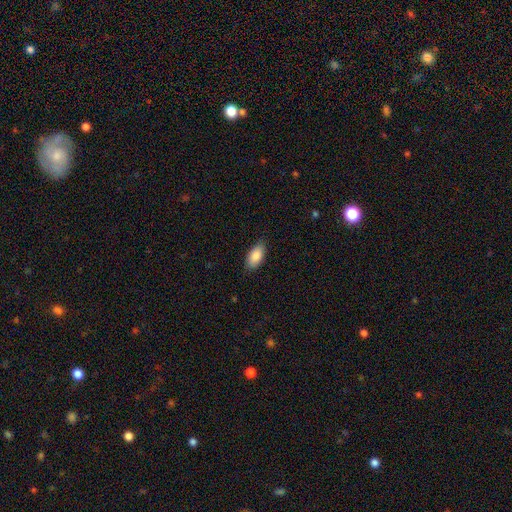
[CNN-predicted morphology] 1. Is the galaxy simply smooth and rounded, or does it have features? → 86% smooth, 7% featured or disk, 6% star or artifact.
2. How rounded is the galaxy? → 92% in between, 6% cigar-shaped, 3% round.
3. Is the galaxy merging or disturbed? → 85% none, 12% minor disturbance, 2% major disturbance, 1% merger.